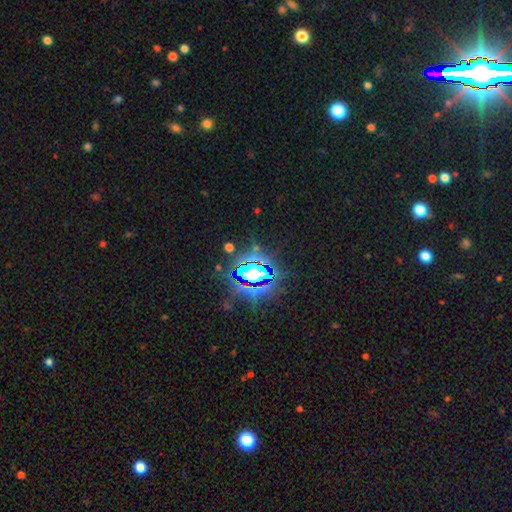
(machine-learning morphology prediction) Smooth or featured? star or artifact (81%)